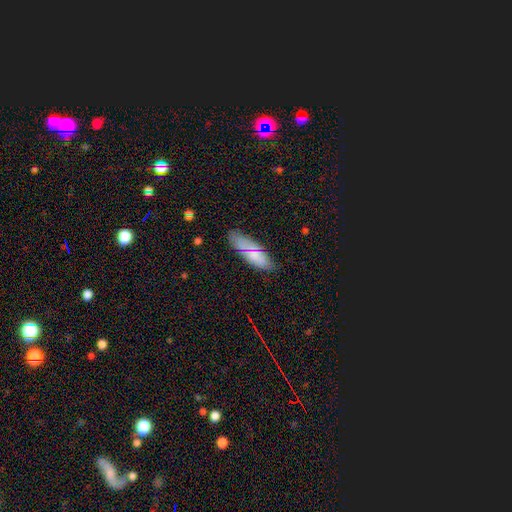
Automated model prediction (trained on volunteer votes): Smooth or featured? smooth (74%)
How rounded? in between (67%)
Merging? none (83%)